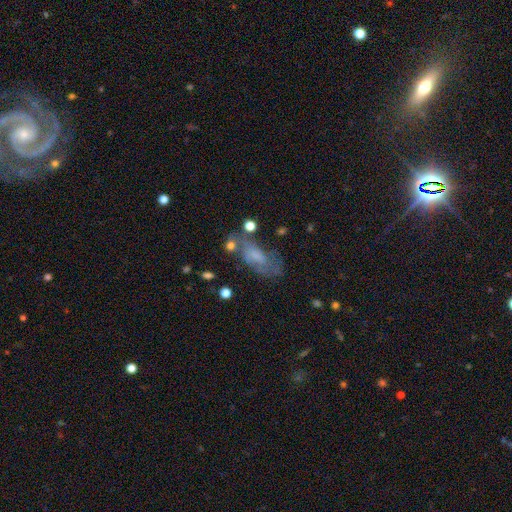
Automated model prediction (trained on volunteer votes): Overall: smooth (48%; featured or disk 41%). Merging: none (43%; minor disturbance 26%).